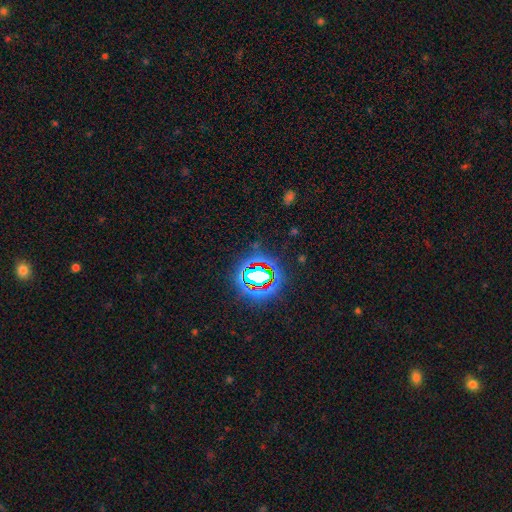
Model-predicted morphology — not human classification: Smooth or featured: star or artifact — 77% (smooth — 13%)